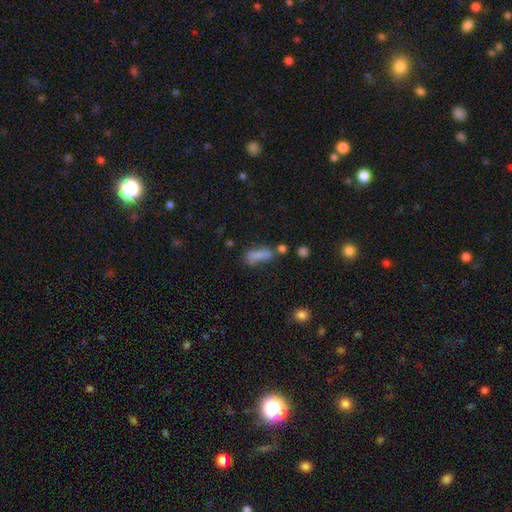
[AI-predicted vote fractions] Q: Smooth or featured?
A: smooth (71%); runner-up: featured or disk (15%)
Q: How rounded?
A: in between (57%); runner-up: cigar-shaped (38%)
Q: Merging?
A: none (42%); runner-up: minor disturbance (23%)